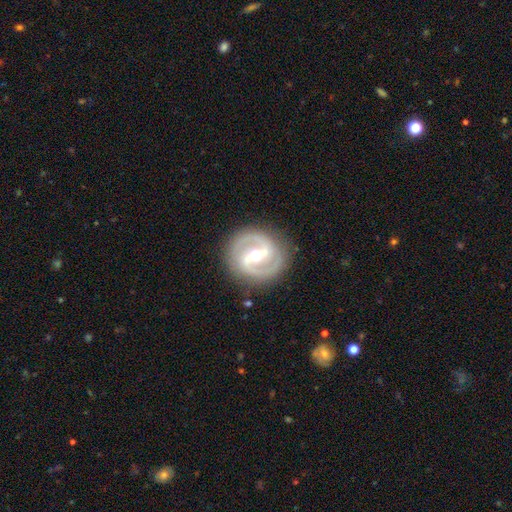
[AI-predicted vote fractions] smooth_or_featured: featured or disk (p=0.89) [alt: smooth p=0.07]
disk_edge_on: no (p=0.97) [alt: yes p=0.03]
bar: strong (p=0.63) [alt: weak p=0.29]
has_spiral_arms: yes (p=0.94) [alt: no p=0.06]
spiral_winding: medium (p=0.49) [alt: tight p=0.39]
spiral_arm_count: 2 (p=0.90) [alt: can't tell p=0.03]
bulge_size: moderate (p=0.71) [alt: small p=0.22]
merging: none (p=0.86) [alt: minor disturbance p=0.09]